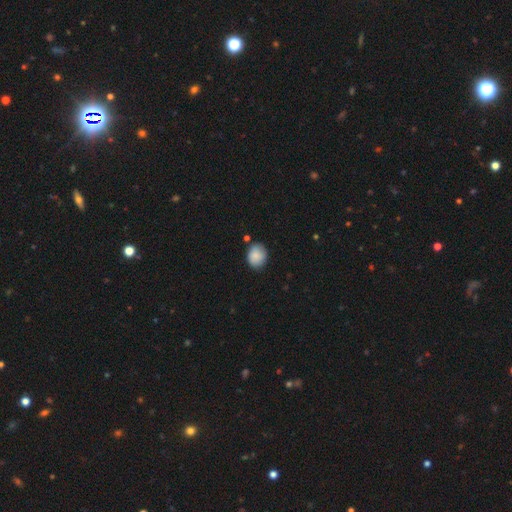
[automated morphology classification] Overall: smooth (85%). How rounded: round (56%; in between 43%). Merging: none (74%).